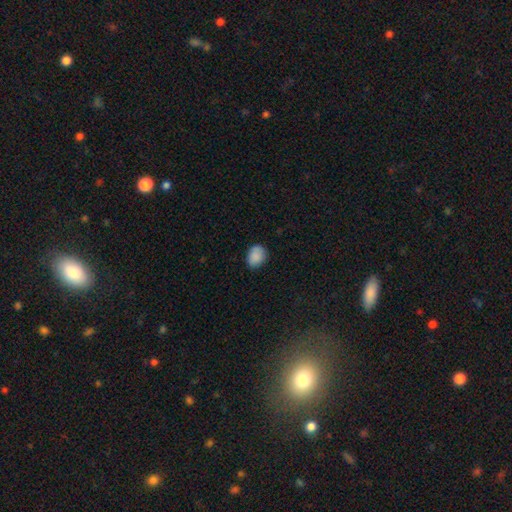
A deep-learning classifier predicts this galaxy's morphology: smooth-or-featured: smooth: 88% | star or artifact: 8% | featured or disk: 4%
  how-rounded: in between: 65% | round: 34% | cigar-shaped: 1%
  merging: none: 77% | minor disturbance: 19% | major disturbance: 3% | merger: 1%